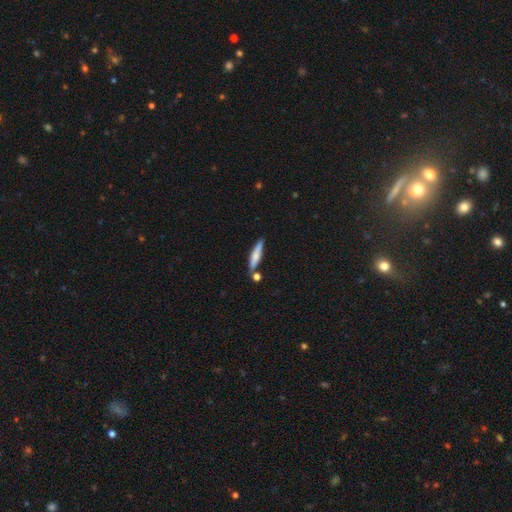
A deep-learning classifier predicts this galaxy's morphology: Overall: smooth (62%; featured or disk 31%). How rounded: cigar-shaped (85%). Merging: none (74%).